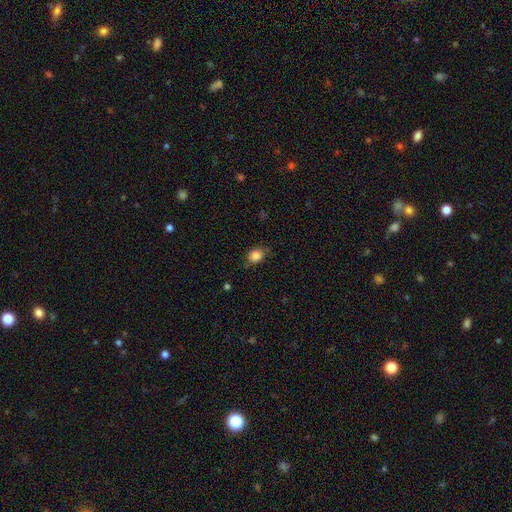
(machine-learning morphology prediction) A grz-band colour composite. It shows a smooth galaxy with no disk features (84%) that is in between round and cigar-shaped (50%). Merging: none (73%).